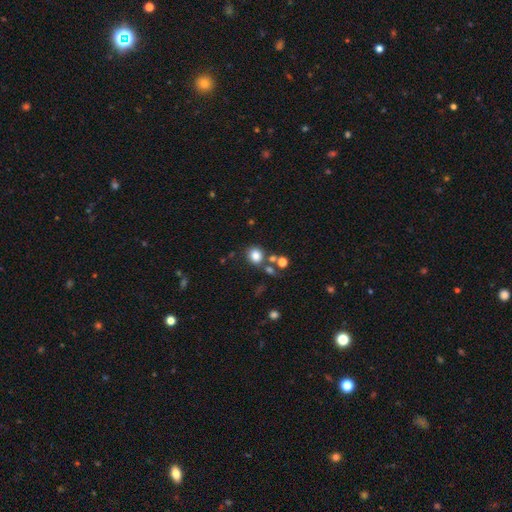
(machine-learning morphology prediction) smooth-or-featured: smooth: 81% | star or artifact: 12% | featured or disk: 6%
  how-rounded: round: 71% | in between: 28% | cigar-shaped: 1%
  merging: none: 69% | merger: 14% | minor disturbance: 12% | major disturbance: 5%